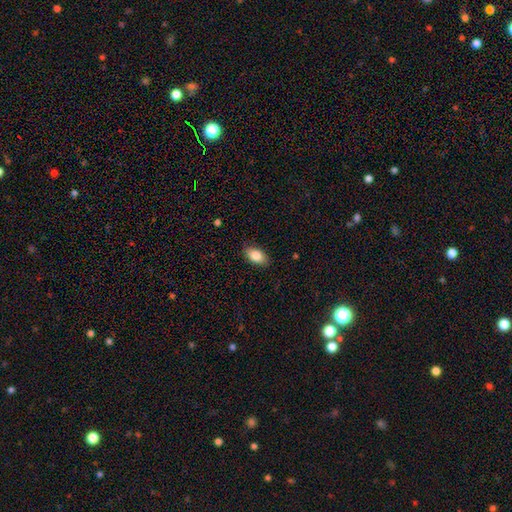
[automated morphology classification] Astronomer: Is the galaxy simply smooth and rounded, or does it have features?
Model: smooth — 84%.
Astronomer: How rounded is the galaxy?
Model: in between — 92%.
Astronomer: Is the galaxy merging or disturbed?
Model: none — 86%.